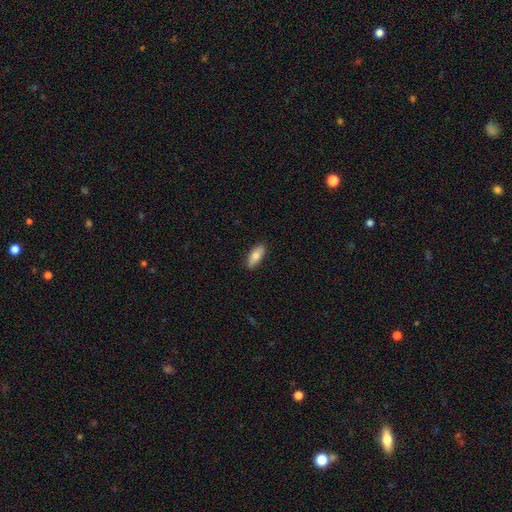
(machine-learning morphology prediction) Overall: smooth (76%). How rounded: in between (81%). Merging: none (87%).